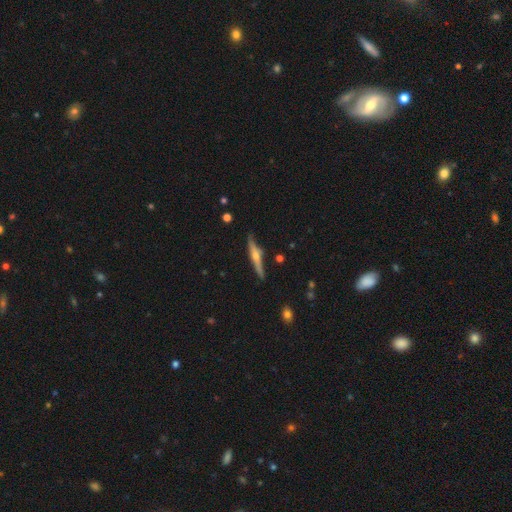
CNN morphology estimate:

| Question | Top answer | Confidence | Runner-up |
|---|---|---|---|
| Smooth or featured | featured or disk | 72% | smooth (22%) |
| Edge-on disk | yes | 97% | no (3%) |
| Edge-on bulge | rounded | 89% | boxy (6%) |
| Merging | none | 84% | minor disturbance (12%) |